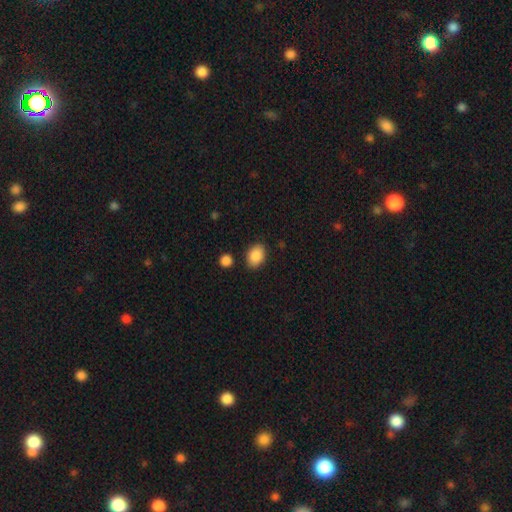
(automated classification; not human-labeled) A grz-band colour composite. It shows a smooth galaxy with no disk features (89%) that is in between round and cigar-shaped (80%). Merging: none (84%).